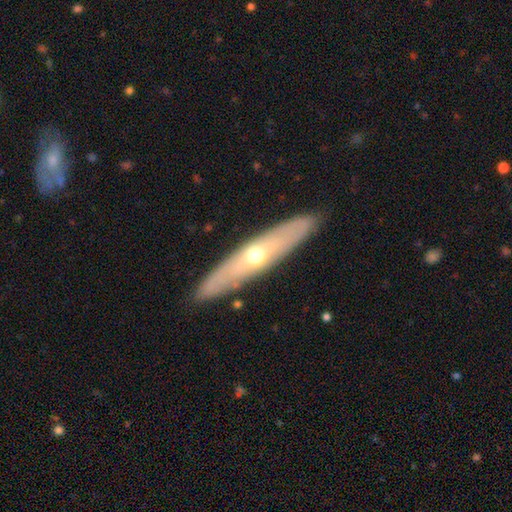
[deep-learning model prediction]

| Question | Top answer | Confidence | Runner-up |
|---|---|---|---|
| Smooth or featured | featured or disk | 60% | smooth (34%) |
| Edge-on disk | yes | 68% | no (32%) |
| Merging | none | 88% | minor disturbance (8%) |